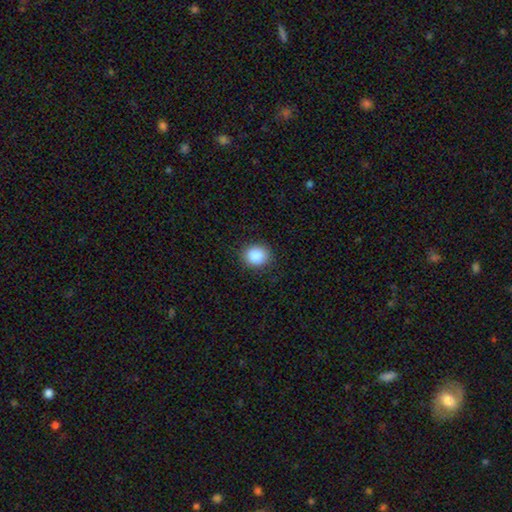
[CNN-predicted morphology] type=smooth (87%); roundness=round (73%); merging=none (89%).